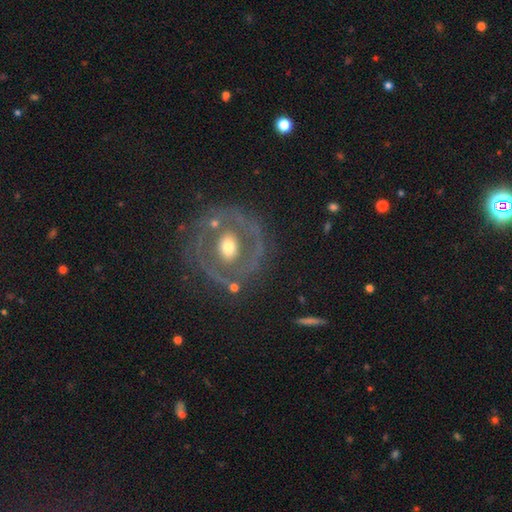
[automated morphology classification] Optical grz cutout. It shows a featured or disk galaxy (72%) with no bar (51%), no spiral arms (55%) and a moderate central bulge (67%). Merging: none (77%).